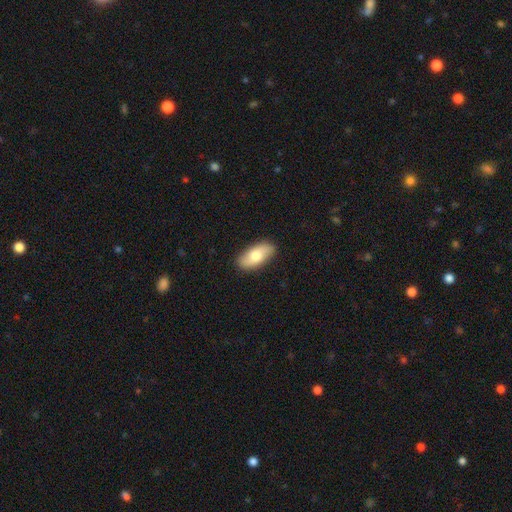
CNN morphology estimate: smooth_or_featured: smooth (p=0.72) [alt: featured or disk p=0.22]
how_rounded: in between (p=0.88) [alt: cigar-shaped p=0.09]
merging: none (p=0.88) [alt: minor disturbance p=0.09]